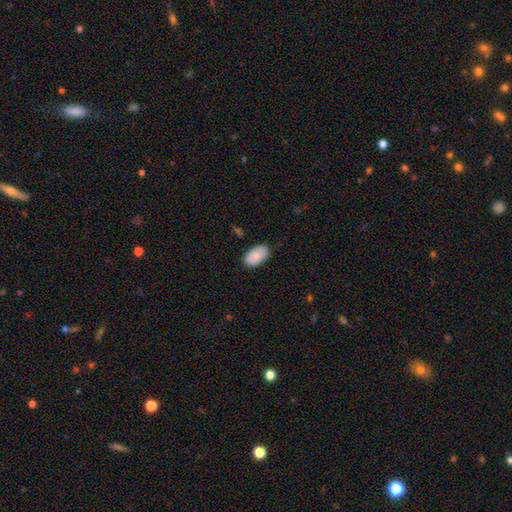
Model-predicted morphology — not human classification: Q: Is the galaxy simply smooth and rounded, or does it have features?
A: smooth — 88%.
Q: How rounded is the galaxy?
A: in between — 94%.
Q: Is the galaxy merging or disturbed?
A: none — 86%.